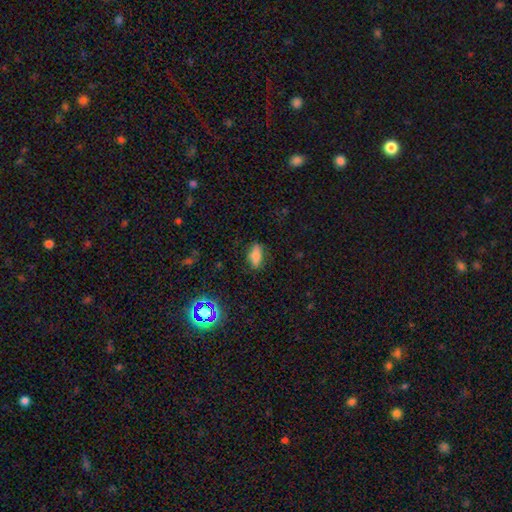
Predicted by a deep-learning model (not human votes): A smooth galaxy with no disk features (75%) that is in between round and cigar-shaped (81%).

Vote fractions:
- Smooth or featured? smooth: 75% / featured or disk: 14% / star or artifact: 12%
- How rounded? in between: 81% / cigar-shaped: 14% / round: 5%
- Merging? none: 80% / minor disturbance: 15% / major disturbance: 4% / merger: 1%